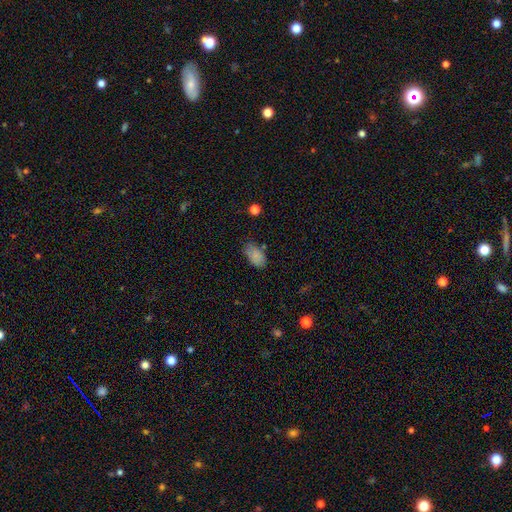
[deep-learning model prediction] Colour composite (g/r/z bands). It shows a smooth galaxy with no disk features (83%) that is in between round and cigar-shaped (92%). Merging: none (67%).